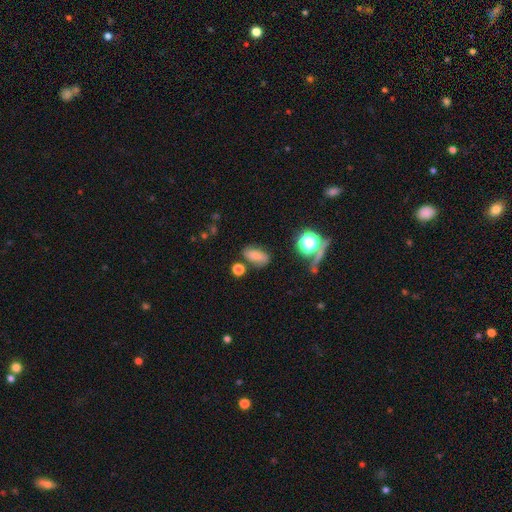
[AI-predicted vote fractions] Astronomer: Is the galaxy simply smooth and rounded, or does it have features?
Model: smooth — 70%.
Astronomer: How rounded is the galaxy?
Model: in between — 83%.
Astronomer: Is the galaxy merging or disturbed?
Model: none — 69%.